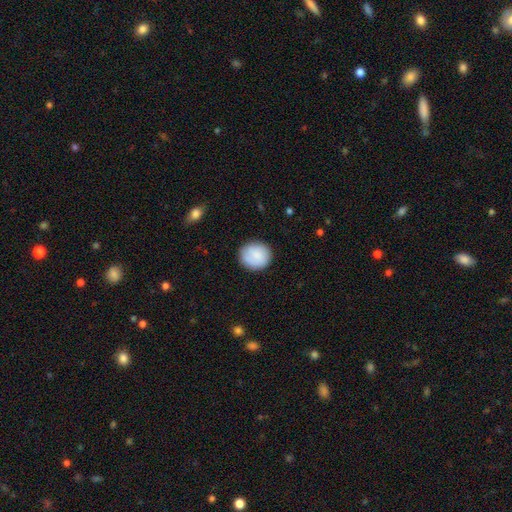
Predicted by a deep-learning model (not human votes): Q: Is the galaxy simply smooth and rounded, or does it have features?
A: smooth — 85%.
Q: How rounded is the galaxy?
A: round — 87%.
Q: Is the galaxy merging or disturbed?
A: none — 85%.